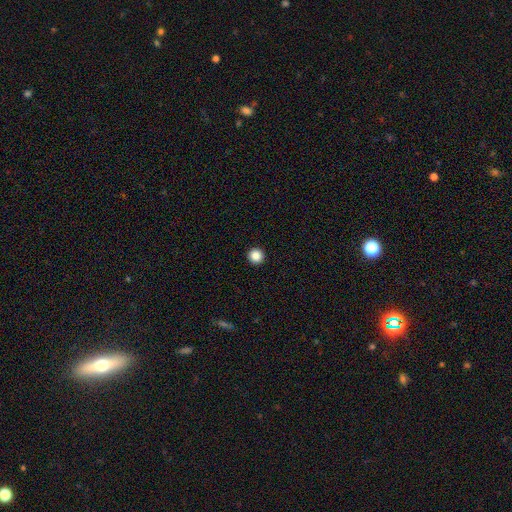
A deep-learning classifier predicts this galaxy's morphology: This is clearly a smooth galaxy (87%). How rounded: clearly round (96%). Merging: clearly none (94%).